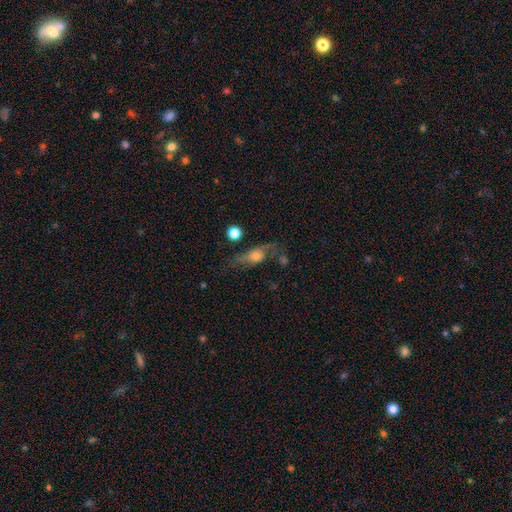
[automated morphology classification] A featured or disk galaxy (52%).

Vote fractions:
- Smooth or featured? featured or disk: 52% / smooth: 36% / star or artifact: 12%
- Edge-on disk? no: 65% / yes: 35%
- Merging? none: 49% / minor disturbance: 23% / major disturbance: 21% / merger: 7%